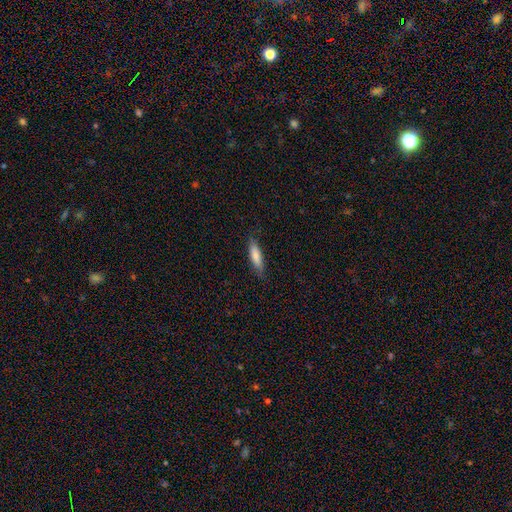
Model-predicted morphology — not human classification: This is likely a smooth galaxy (79%). How rounded: likely cigar-shaped (62%). Merging: clearly none (82%).